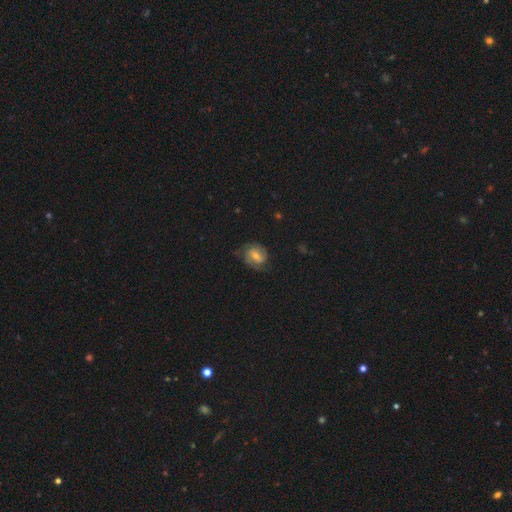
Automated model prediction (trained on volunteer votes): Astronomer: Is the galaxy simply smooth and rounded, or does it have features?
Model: featured or disk — 58%.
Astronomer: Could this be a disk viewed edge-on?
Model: no — 97%.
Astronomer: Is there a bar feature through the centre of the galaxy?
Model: weak — 49% (runner-up: no, 33%).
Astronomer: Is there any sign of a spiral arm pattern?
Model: yes — 86%.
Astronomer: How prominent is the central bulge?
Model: moderate — 54% (runner-up: small, 36%).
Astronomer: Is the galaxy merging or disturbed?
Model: none — 66%.